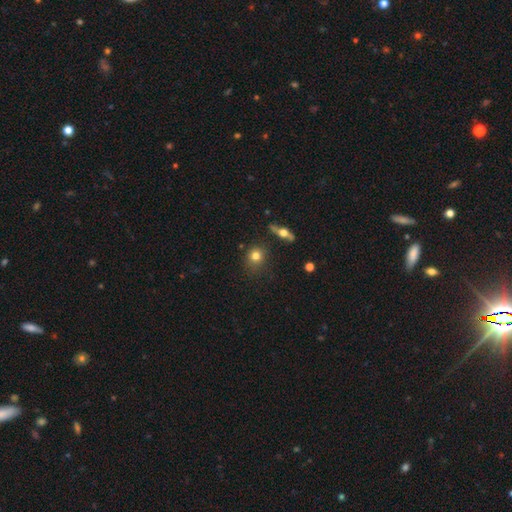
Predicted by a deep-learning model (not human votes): smooth-or-featured: smooth: 78% | star or artifact: 11% | featured or disk: 11%
  how-rounded: round: 81% | in between: 17% | cigar-shaped: 2%
  merging: none: 77% | minor disturbance: 14% | merger: 5% | major disturbance: 4%